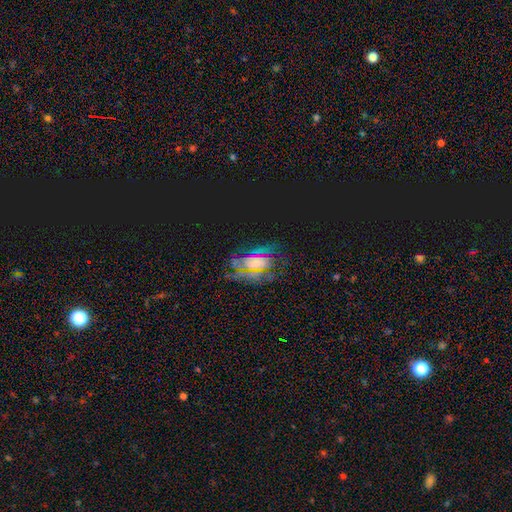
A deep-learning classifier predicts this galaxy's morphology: featured or disk 50%, star or artifact 31%, smooth 19%. Down the decision tree: merging — none (66%).